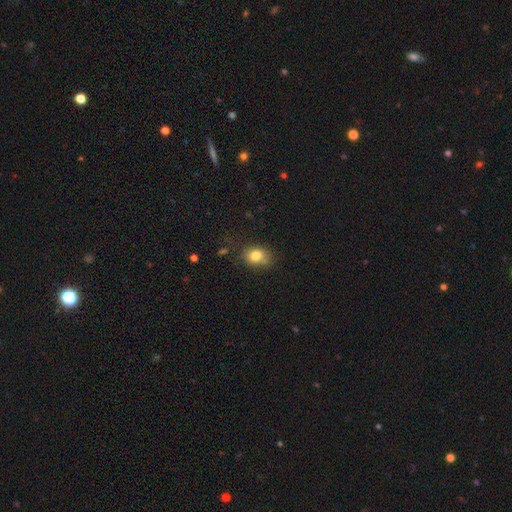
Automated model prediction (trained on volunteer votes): Smooth or featured? Predicted: smooth (p=0.82). How rounded? Predicted: in between (p=0.58). Merging? Predicted: none (p=0.64).